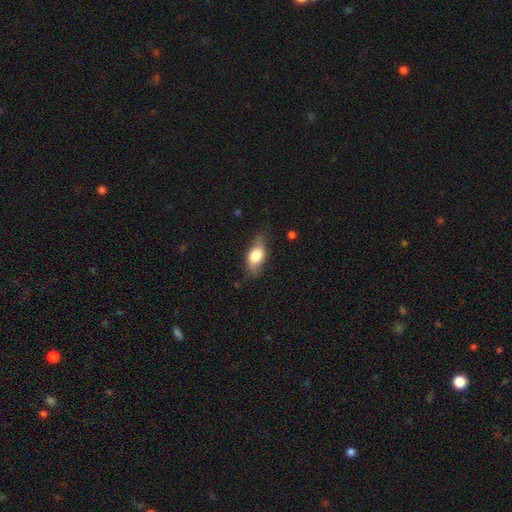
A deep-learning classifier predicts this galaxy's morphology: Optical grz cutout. It shows a smooth galaxy with no disk features (71%) that is in between round and cigar-shaped (83%). Merging: none (70%).